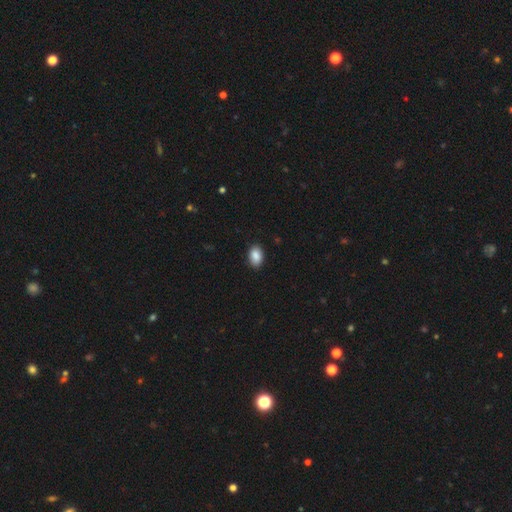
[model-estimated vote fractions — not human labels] Smooth or featured: smooth — 89% (star or artifact — 8%)
How rounded: in between — 85% (round — 14%)
Merging: none — 89% (minor disturbance — 8%)